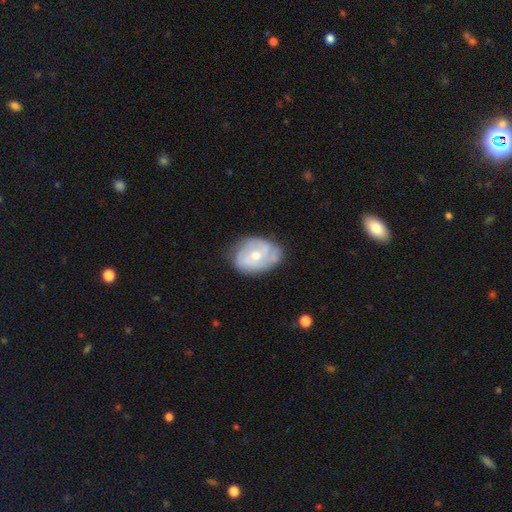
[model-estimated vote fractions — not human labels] featured or disk 65%, smooth 29%, star or artifact 6%. Down the decision tree: edge-on disk — no (96%); bar — no (70%); spiral arms — yes (76%); bulge size — moderate (63%); merging — none (63%).